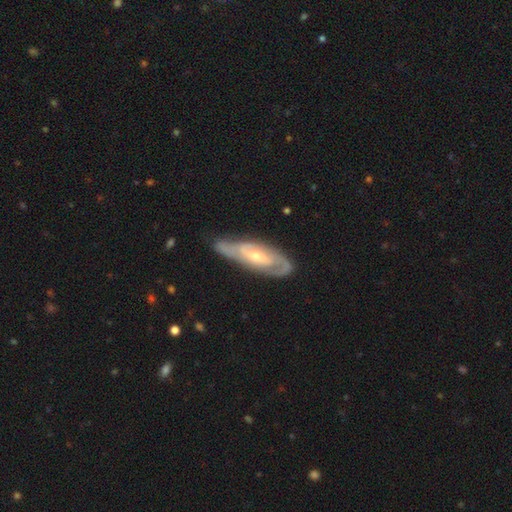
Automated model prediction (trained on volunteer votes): featured or disk 79%, smooth 16%, star or artifact 5%. Down the decision tree: edge-on disk — no (83%); bar — no (47%); spiral arms — yes (89%); spiral arm count — 2 (55%); spiral winding — tight (53%); bulge size — small (53%); merging — none (70%).